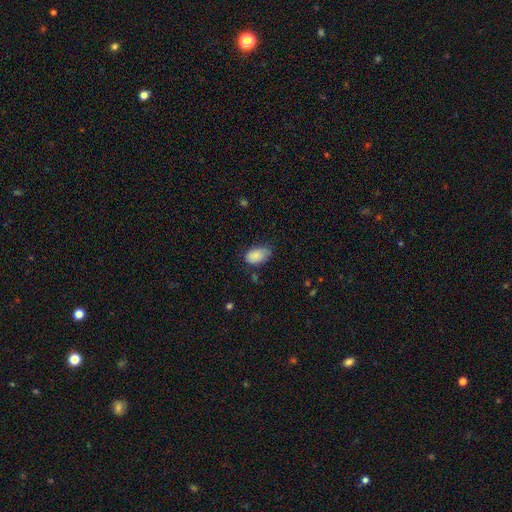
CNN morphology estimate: A smooth galaxy with no disk features (83%) that is in between round and cigar-shaped (91%). Merging: none (59%).